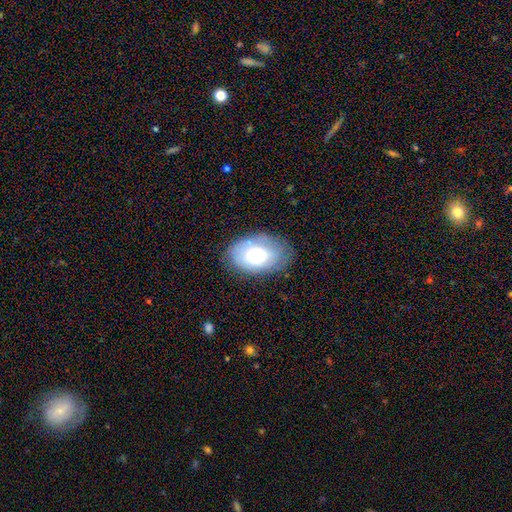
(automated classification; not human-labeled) Smooth or featured? smooth (65%)
How rounded? in between (87%)
Merging? none (71%)